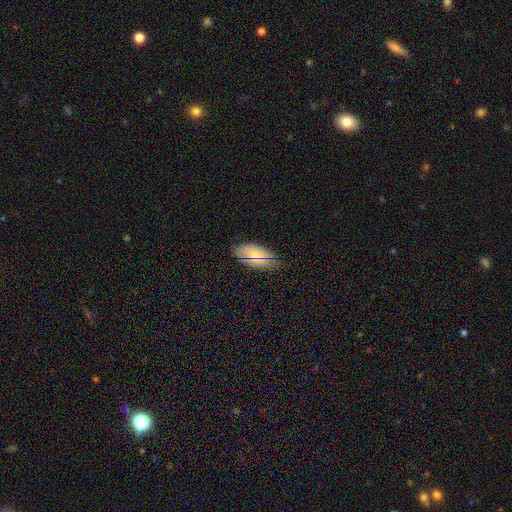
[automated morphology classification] type=smooth (71%); roundness=in between (92%); merging=none (84%).